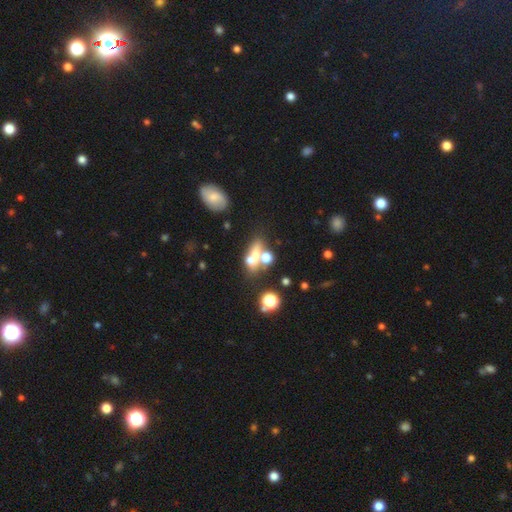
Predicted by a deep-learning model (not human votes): This is possibly a smooth galaxy (53%). How rounded: possibly in between (53%). Merging: possibly merger (46%).